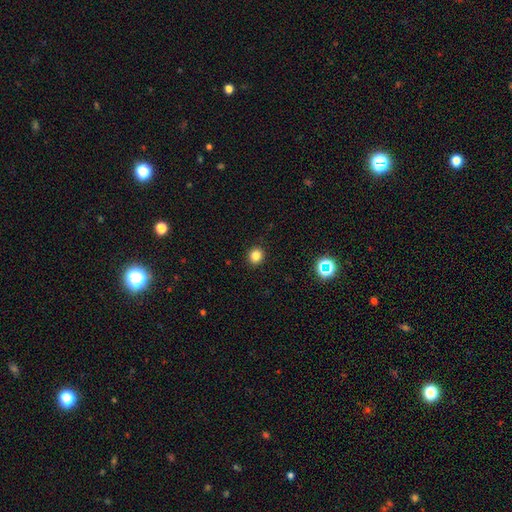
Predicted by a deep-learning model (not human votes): Smooth or featured? smooth (83%)
How rounded? round (87%)
Merging? none (92%)